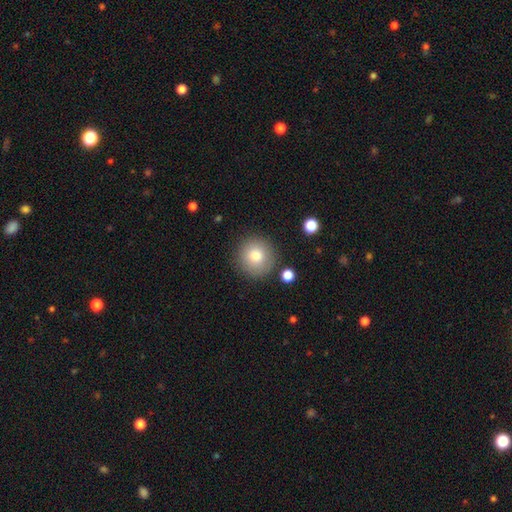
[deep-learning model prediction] Overall: smooth (80%). How rounded: round (95%). Merging: none (87%).